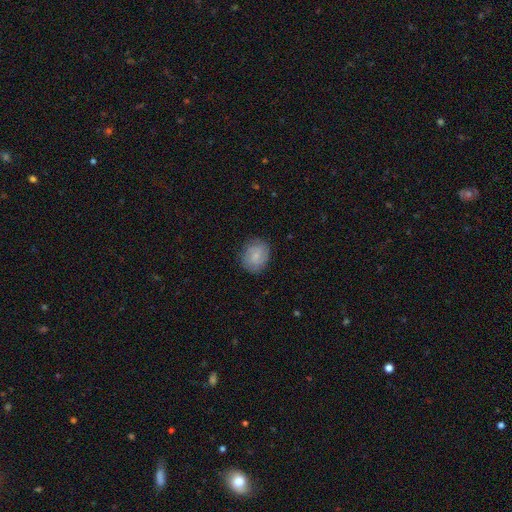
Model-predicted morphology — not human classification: A smooth galaxy with no disk features (69%) that is round (60%).

Vote fractions:
- Smooth or featured? smooth: 69% / featured or disk: 24% / star or artifact: 8%
- How rounded? round: 60% / in between: 39% / cigar-shaped: 1%
- Merging? none: 79% / minor disturbance: 15% / major disturbance: 4% / merger: 1%